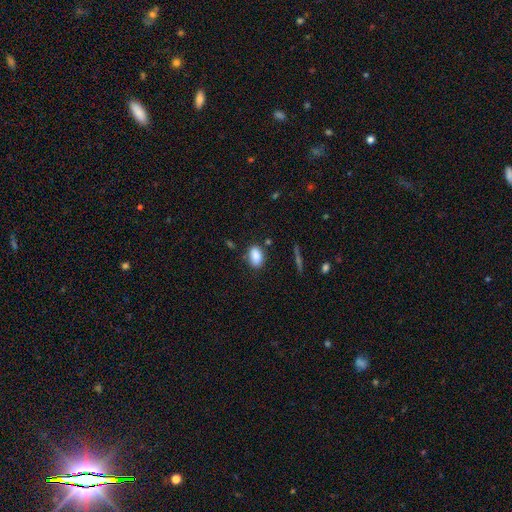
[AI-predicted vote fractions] Smooth or featured? Predicted: smooth (p=0.87). How rounded? Predicted: in between (p=0.87). Merging? Predicted: none (p=0.79).